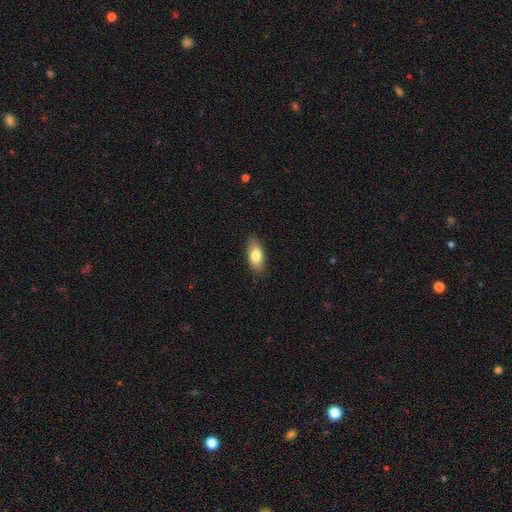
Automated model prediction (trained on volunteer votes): smooth_or_featured: smooth (p=0.79) [alt: featured or disk p=0.14]
how_rounded: in between (p=0.85) [alt: cigar-shaped p=0.11]
merging: none (p=0.87) [alt: minor disturbance p=0.10]